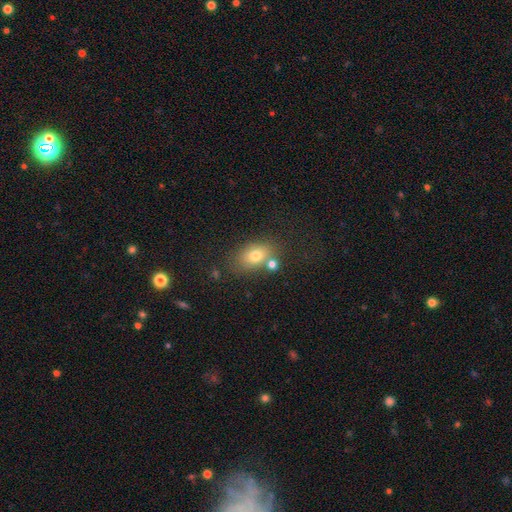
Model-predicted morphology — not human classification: Smooth or featured?
  - smooth: 74% *
  - featured or disk: 15%
  - star or artifact: 11%
How rounded?
  - in between: 78% *
  - round: 20%
  - cigar-shaped: 2%
Merging?
  - none: 65% *
  - merger: 15%
  - minor disturbance: 15%
  - major disturbance: 5%